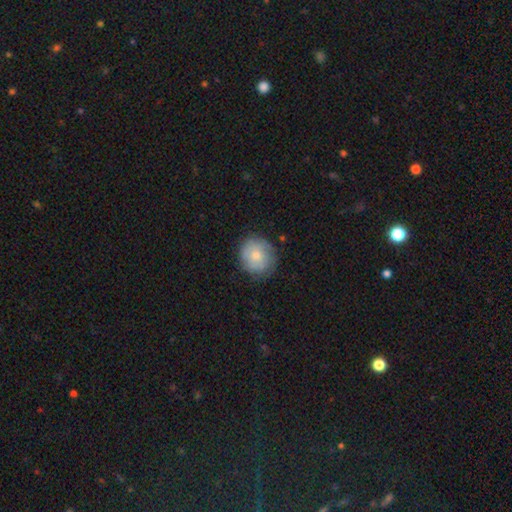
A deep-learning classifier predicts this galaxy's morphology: A smooth galaxy with no disk features (71%) that is round (84%).

Vote fractions:
- Smooth or featured? smooth: 71% / featured or disk: 22% / star or artifact: 7%
- How rounded? round: 84% / in between: 15% / cigar-shaped: 1%
- Merging? none: 75% / minor disturbance: 19% / major disturbance: 5% / merger: 1%